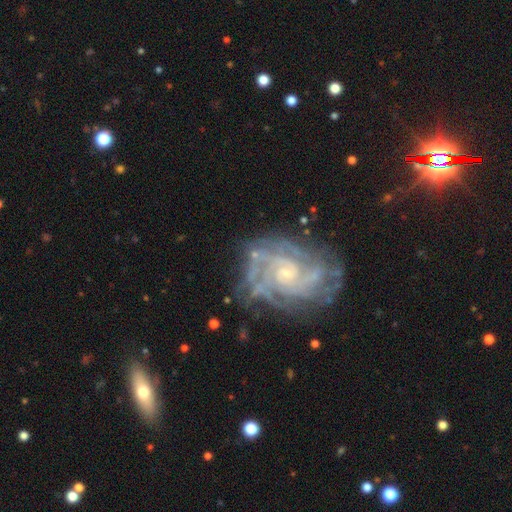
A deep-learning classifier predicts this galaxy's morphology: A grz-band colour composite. It shows a featured or disk galaxy (90%) with no bar (66%), 4 (23%) tight (73%) spiral arms (98%) and a small central bulge (74%). Merging: none (68%).